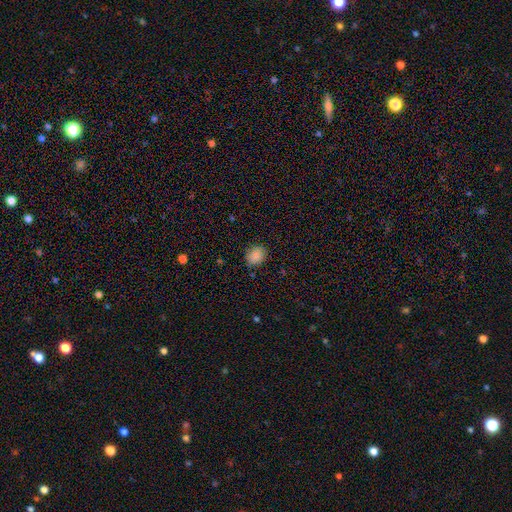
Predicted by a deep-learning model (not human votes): A smooth galaxy with no disk features (84%) that is round (61%). Merging: none (81%).